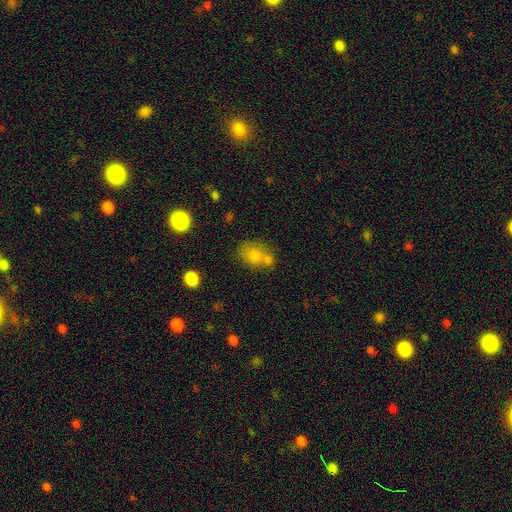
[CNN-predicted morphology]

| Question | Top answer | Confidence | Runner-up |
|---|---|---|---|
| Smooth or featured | smooth | 76% | featured or disk (13%) |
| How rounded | in between | 59% | round (40%) |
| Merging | none | 41% | merger (38%) |